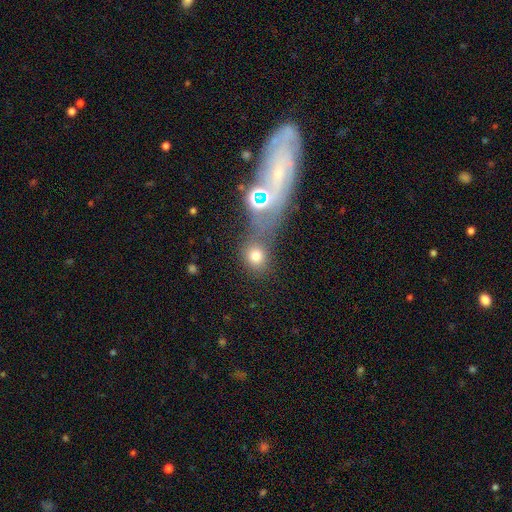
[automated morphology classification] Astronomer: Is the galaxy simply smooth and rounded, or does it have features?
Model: smooth — 70%.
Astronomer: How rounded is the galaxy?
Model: round — 74%.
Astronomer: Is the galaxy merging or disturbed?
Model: none — 49% (runner-up: merger, 30%).